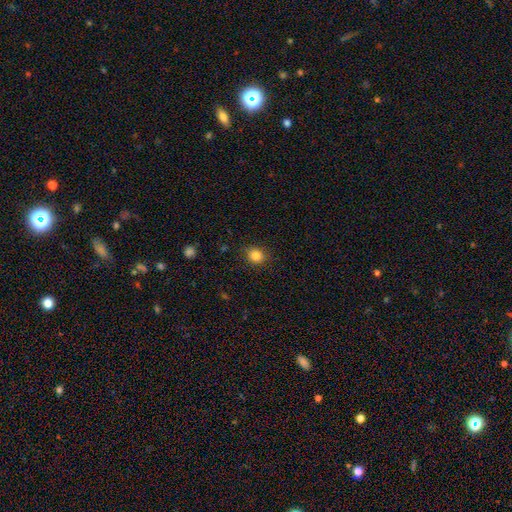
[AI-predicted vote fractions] smooth_or_featured: smooth (p=0.84) [alt: star or artifact p=0.11]
how_rounded: round (p=0.75) [alt: in between p=0.24]
merging: none (p=0.87) [alt: minor disturbance p=0.09]